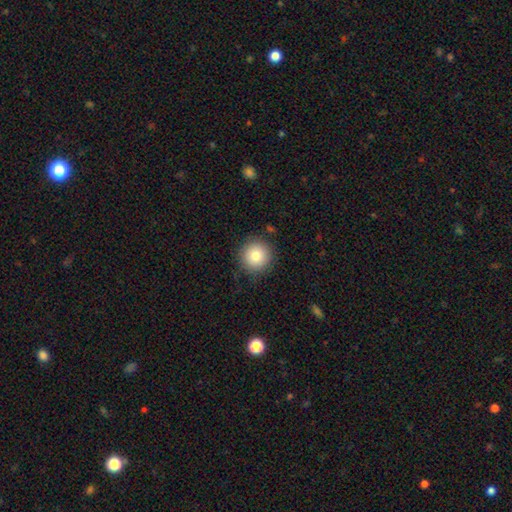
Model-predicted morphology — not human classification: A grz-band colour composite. It shows a smooth galaxy with no disk features (81%) that is round (95%). Merging: none (88%).